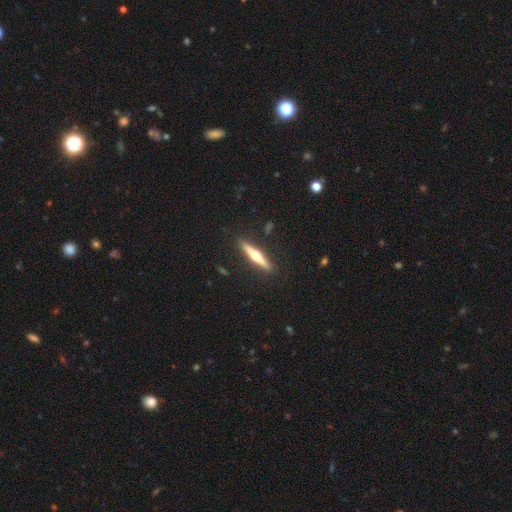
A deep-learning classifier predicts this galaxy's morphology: Smooth or featured: featured or disk — 65% (smooth — 30%)
Edge-on disk: yes — 97% (no — 3%)
Edge-on bulge: rounded — 94% (none — 4%)
Merging: none — 90% (minor disturbance — 7%)